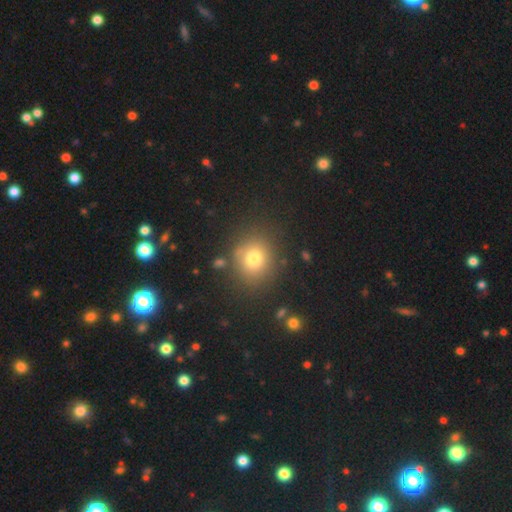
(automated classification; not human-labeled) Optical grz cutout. It shows a smooth galaxy with no disk features (74%) that is round (81%). Merging: none (85%).